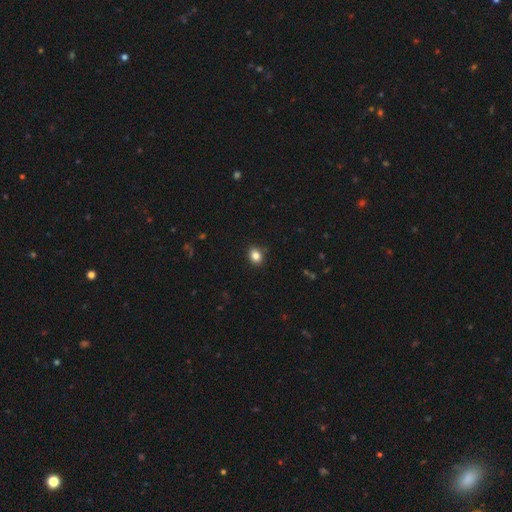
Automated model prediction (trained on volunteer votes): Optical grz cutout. It shows a smooth galaxy with no disk features (84%) that is in between round and cigar-shaped (53%). Merging: none (87%).